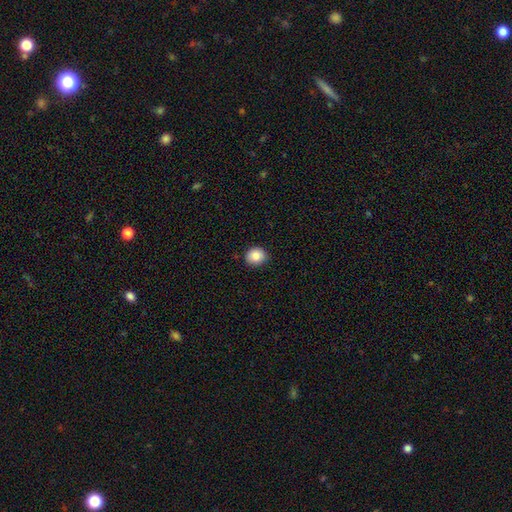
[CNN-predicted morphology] Overall: smooth (85%). How rounded: round (79%). Merging: none (89%).